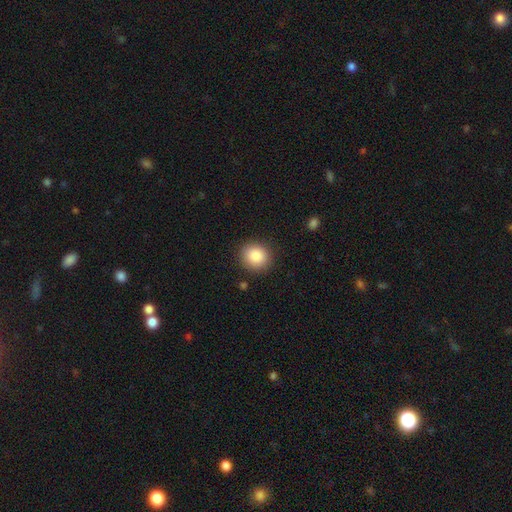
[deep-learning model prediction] smooth_or_featured: smooth (p=0.87) [alt: star or artifact p=0.08]
how_rounded: round (p=0.86) [alt: in between p=0.13]
merging: none (p=0.89) [alt: minor disturbance p=0.07]